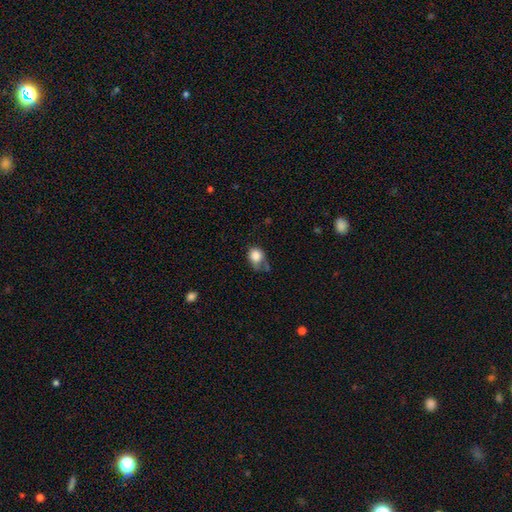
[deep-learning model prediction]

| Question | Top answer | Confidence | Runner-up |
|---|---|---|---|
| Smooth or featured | smooth | 83% | star or artifact (9%) |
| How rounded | round | 62% | in between (37%) |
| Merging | none | 37% | minor disturbance (34%) |